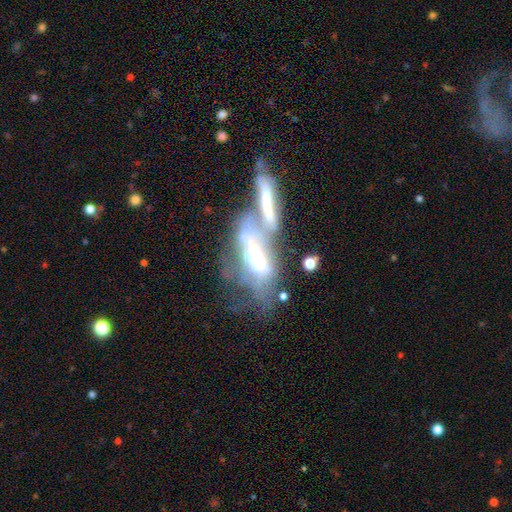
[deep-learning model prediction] featured or disk 69%, smooth 19%, star or artifact 12%. Down the decision tree: edge-on disk — no (61%); merging — merger (56%).